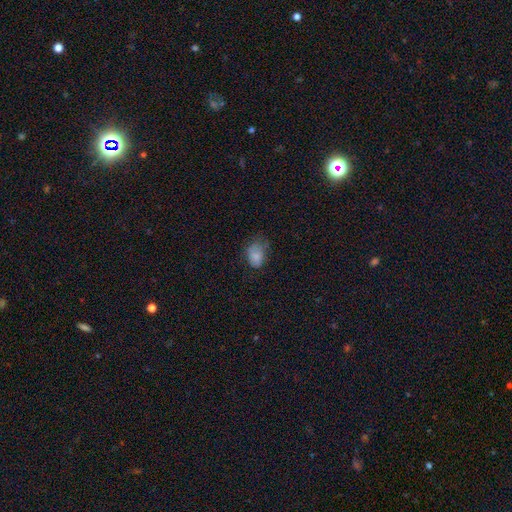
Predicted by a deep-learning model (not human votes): Morphology: type=smooth (78%); roundness=in between (80%); merging=none (46%).